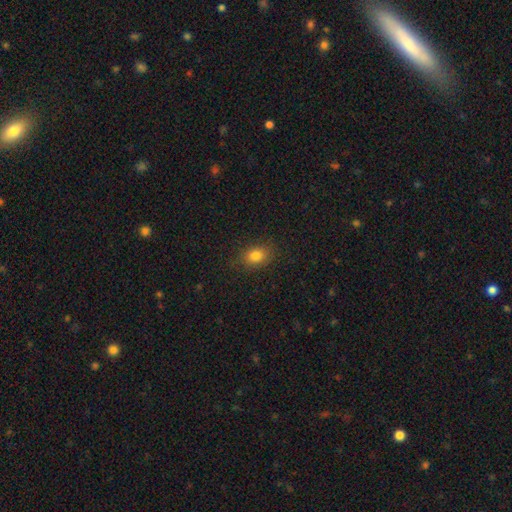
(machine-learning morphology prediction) Smooth or featured?
  - smooth: 82% *
  - star or artifact: 11%
  - featured or disk: 7%
How rounded?
  - in between: 67% *
  - round: 32%
  - cigar-shaped: 1%
Merging?
  - none: 83% *
  - minor disturbance: 12%
  - major disturbance: 4%
  - merger: 1%